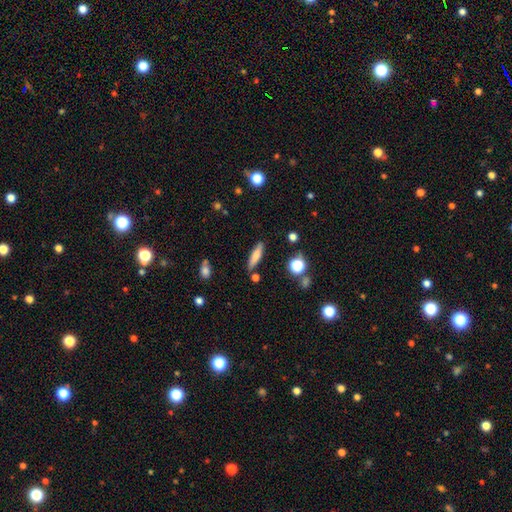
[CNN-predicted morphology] Q: Smooth or featured?
A: smooth (70%); runner-up: featured or disk (21%)
Q: How rounded?
A: cigar-shaped (74%); runner-up: in between (23%)
Q: Merging?
A: none (83%); runner-up: minor disturbance (11%)